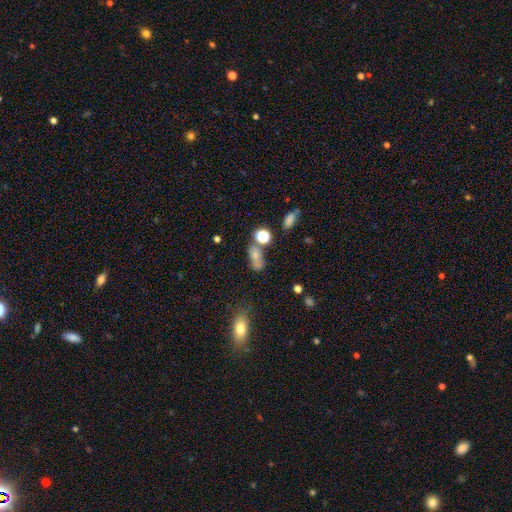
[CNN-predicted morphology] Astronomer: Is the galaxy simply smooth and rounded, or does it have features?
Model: smooth — 69%.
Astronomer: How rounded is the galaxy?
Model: in between — 75%.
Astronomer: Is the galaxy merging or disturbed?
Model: none — 46% (runner-up: minor disturbance, 21%).